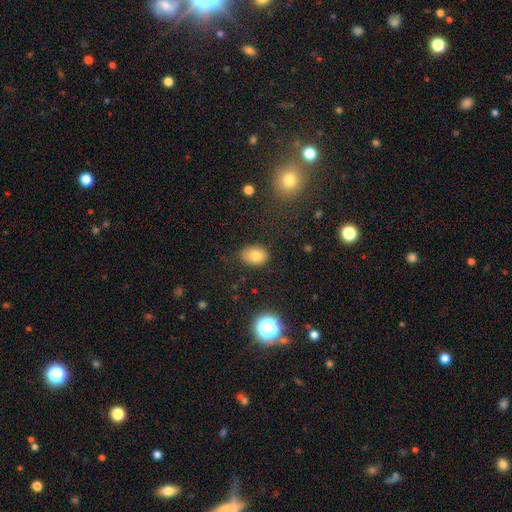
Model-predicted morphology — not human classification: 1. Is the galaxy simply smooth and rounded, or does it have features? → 78% smooth, 12% star or artifact, 11% featured or disk.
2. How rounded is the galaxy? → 72% in between, 27% round, 1% cigar-shaped.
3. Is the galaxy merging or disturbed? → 80% none, 15% minor disturbance, 4% major disturbance, 2% merger.